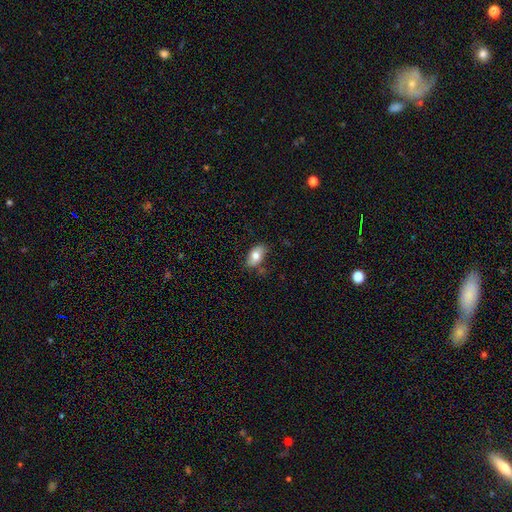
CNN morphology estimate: This appears to be a smooth galaxy with no disk features (77%) that is in between round and cigar-shaped (93%). Merging: none (75%).